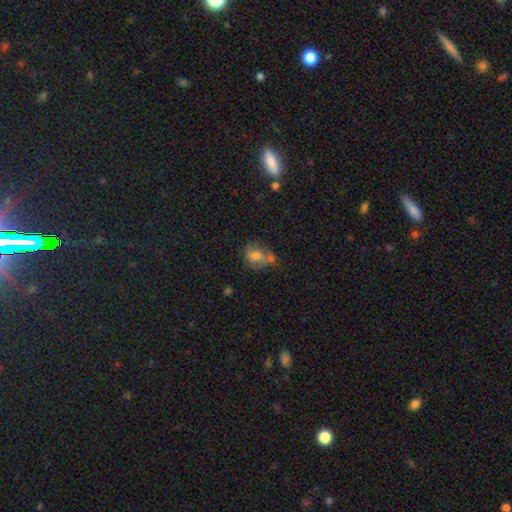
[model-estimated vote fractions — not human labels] A smooth galaxy with no disk features (60%) that is in between round and cigar-shaped (59%). Merging: none (35%).